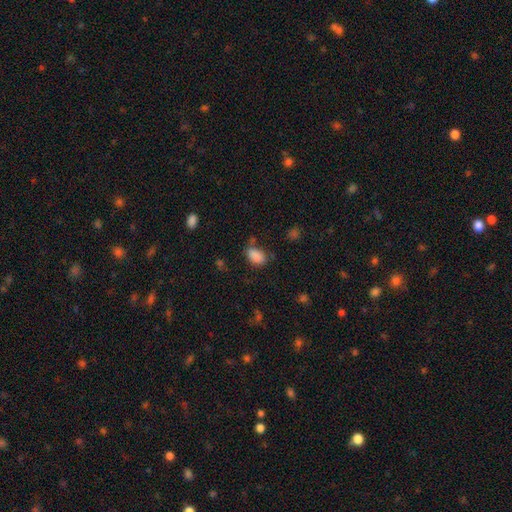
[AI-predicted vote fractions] This is clearly a smooth galaxy (86%). How rounded: clearly in between (88%). Merging: likely none (61%).